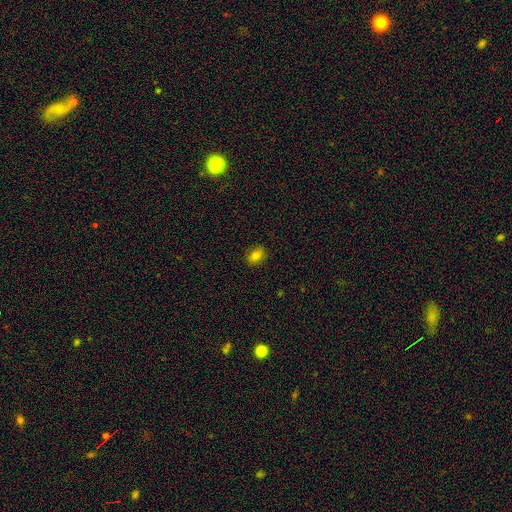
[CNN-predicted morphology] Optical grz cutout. It shows a smooth galaxy with no disk features (80%) that is in between round and cigar-shaped (78%). Merging: none (87%).